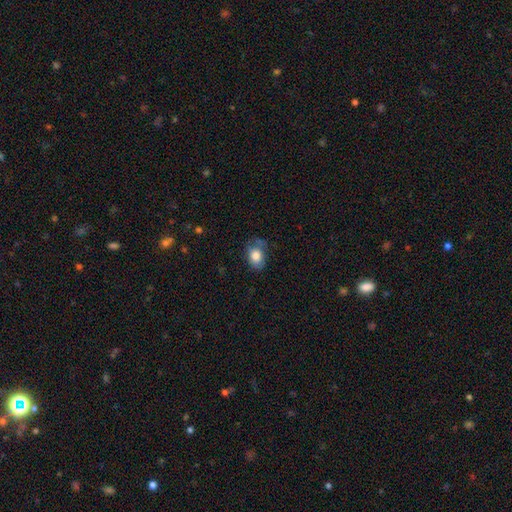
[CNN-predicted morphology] A smooth galaxy with no disk features (82%) that is in between round and cigar-shaped (74%).

Vote fractions:
- Smooth or featured? smooth: 82% / featured or disk: 10% / star or artifact: 8%
- How rounded? in between: 74% / round: 25% / cigar-shaped: 1%
- Merging? none: 60% / minor disturbance: 28% / major disturbance: 8% / merger: 3%